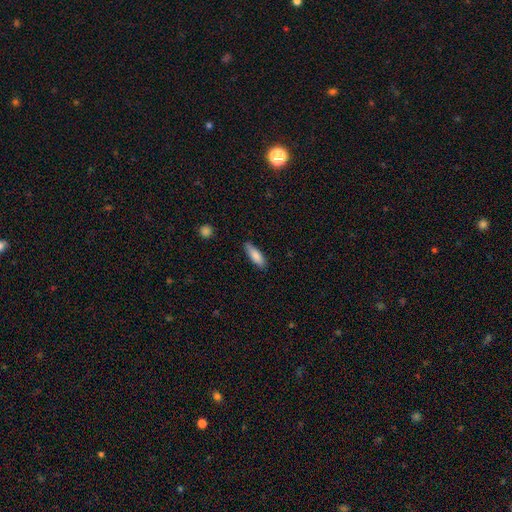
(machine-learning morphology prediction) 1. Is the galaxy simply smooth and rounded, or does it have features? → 84% smooth, 10% featured or disk, 6% star or artifact.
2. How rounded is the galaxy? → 52% in between, 46% cigar-shaped, 2% round.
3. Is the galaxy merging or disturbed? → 81% none, 15% minor disturbance, 3% major disturbance, 1% merger.